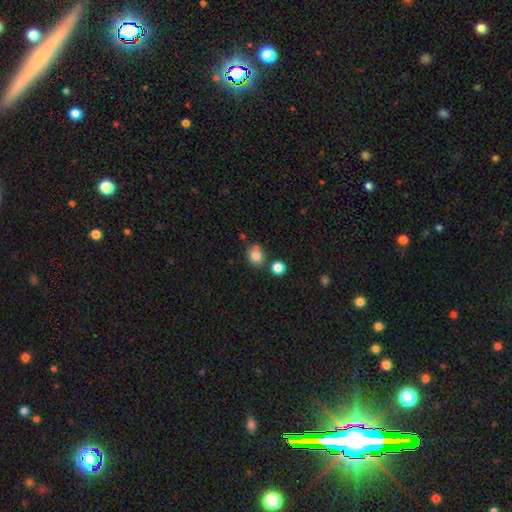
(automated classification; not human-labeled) Smooth or featured? Predicted: smooth (p=0.81). How rounded? Predicted: round (p=0.70). Merging? Predicted: none (p=0.66).